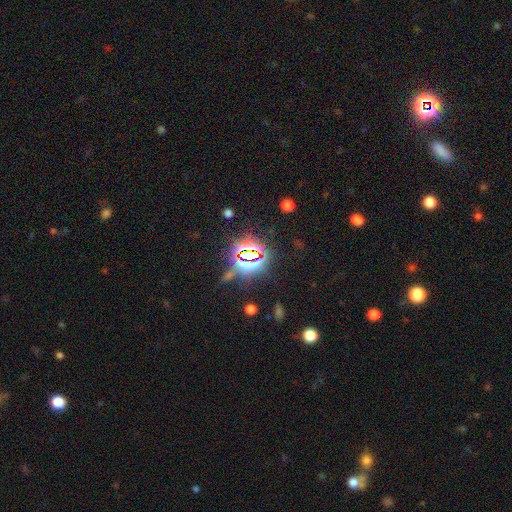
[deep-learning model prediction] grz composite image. It shows a star or artifact, not a galaxy (82%).